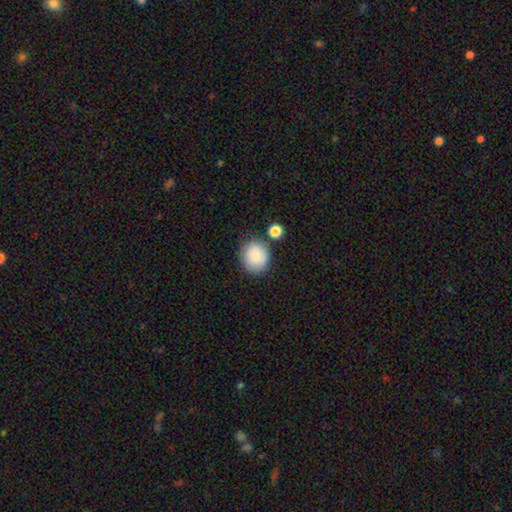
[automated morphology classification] Smooth or featured?
  - smooth: 86% *
  - star or artifact: 8%
  - featured or disk: 6%
How rounded?
  - round: 78% *
  - in between: 21%
  - cigar-shaped: 1%
Merging?
  - none: 77% *
  - minor disturbance: 12%
  - merger: 7%
  - major disturbance: 3%